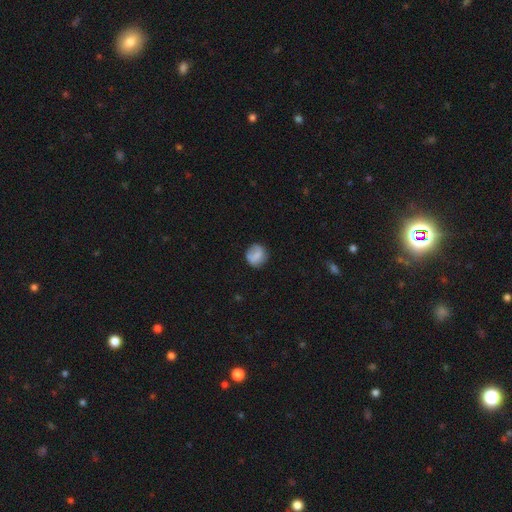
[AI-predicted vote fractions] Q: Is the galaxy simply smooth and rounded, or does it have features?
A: smooth — 72%.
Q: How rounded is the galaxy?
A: round — 86%.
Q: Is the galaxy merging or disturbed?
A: none — 76%.